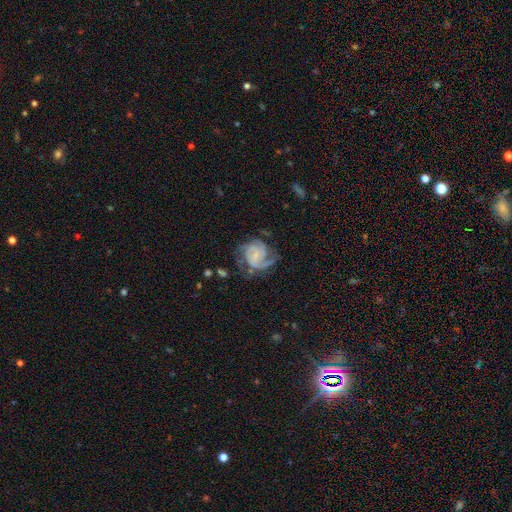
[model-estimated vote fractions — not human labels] smooth-or-featured: featured or disk: 87% | smooth: 7% | star or artifact: 5%
  disk-edge-on: no: 98% | yes: 2%
    bar: no: 55% | weak: 37% | strong: 8%
    has-spiral-arms: yes: 97% | no: 3%
      spiral-winding: tight: 50% | medium: 40% | loose: 10%
      spiral-arm-count: 3: 37% | 2: 29% | can't tell: 16% | 4: 8% | 1: 6% | more than 4: 5%
    bulge-size: small: 66% | none: 18% | moderate: 14% | large: 1% | dominant: 1%
  merging: none: 60% | minor disturbance: 21% | major disturbance: 17% | merger: 2%